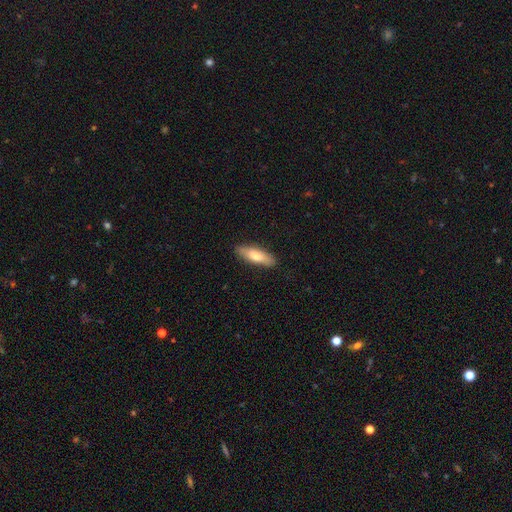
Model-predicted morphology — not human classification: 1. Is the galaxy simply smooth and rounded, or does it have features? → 72% smooth, 22% featured or disk, 6% star or artifact.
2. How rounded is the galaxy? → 49% cigar-shaped (tied), 49% in between (tied), 2% round.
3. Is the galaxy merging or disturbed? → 87% none, 10% minor disturbance, 2% major disturbance, 1% merger.